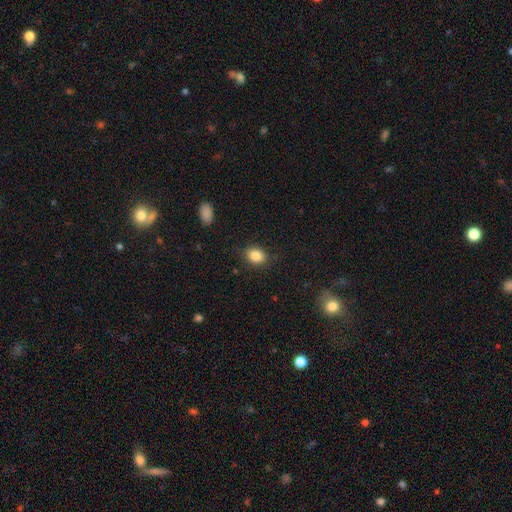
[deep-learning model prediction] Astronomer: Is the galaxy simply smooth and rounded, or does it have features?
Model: smooth — 86%.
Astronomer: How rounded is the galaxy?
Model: in between — 55% (runner-up: round, 44%).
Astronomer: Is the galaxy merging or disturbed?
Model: none — 84%.